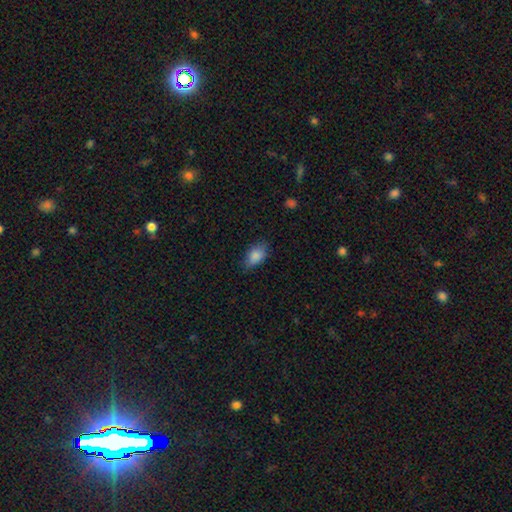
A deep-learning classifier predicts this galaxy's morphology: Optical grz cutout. It shows a smooth galaxy with no disk features (85%) that is in between round and cigar-shaped (89%). Merging: none (75%).